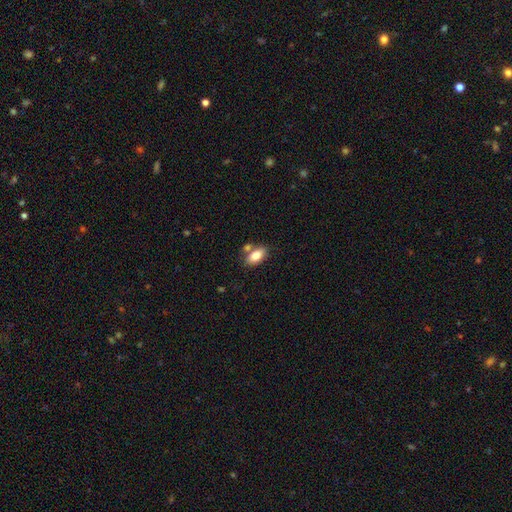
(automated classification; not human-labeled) Smooth or featured? Predicted: smooth (p=0.81). How rounded? Predicted: in between (p=0.90). Merging? Predicted: none (p=0.65).